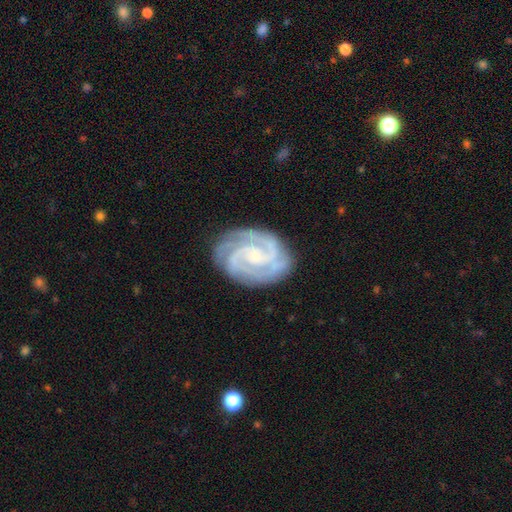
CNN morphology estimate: Q: Smooth or featured?
A: featured or disk (92%); runner-up: star or artifact (4%)
Q: Edge-on disk?
A: no (98%); runner-up: yes (2%)
Q: Bar?
A: no (50%); runner-up: weak (38%)
Q: Spiral arms?
A: yes (99%); runner-up: no (1%)
Q: Spiral winding?
A: tight (68%); runner-up: medium (29%)
Q: Spiral arm count?
A: 3 (38%); runner-up: 2 (34%)
Q: Bulge size?
A: small (68%); runner-up: moderate (21%)
Q: Merging?
A: none (81%); runner-up: minor disturbance (14%)